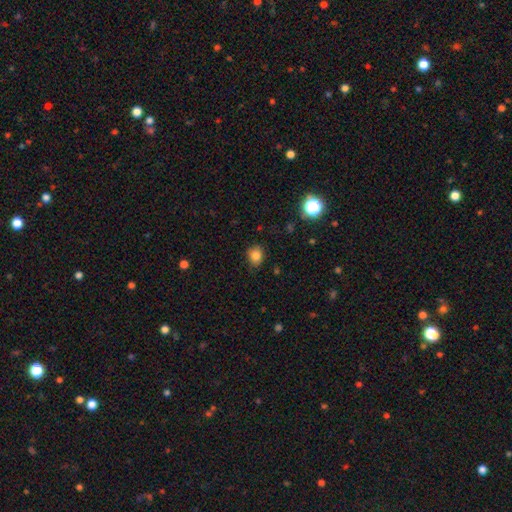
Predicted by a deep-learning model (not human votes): This appears to be a smooth galaxy with no disk features (82%) that is round (65%). Merging: none (81%).